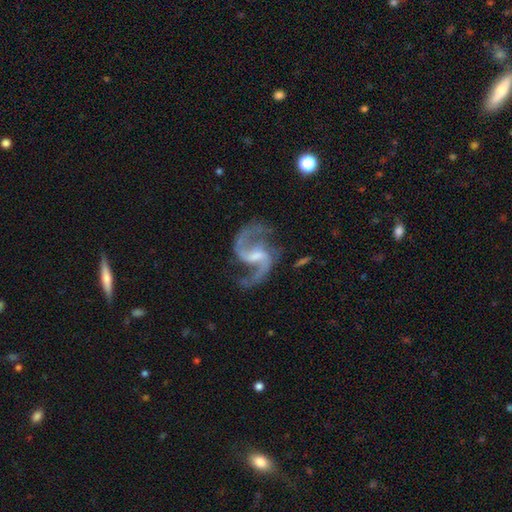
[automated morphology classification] Smooth or featured? featured or disk (93%)
Edge-on disk? no (98%)
Bar? weak (55%)
Spiral arms? yes (98%)
Spiral winding? medium (52%)
Spiral arm count? 2 (93%)
Bulge size? small (45%)
Merging? none (73%)